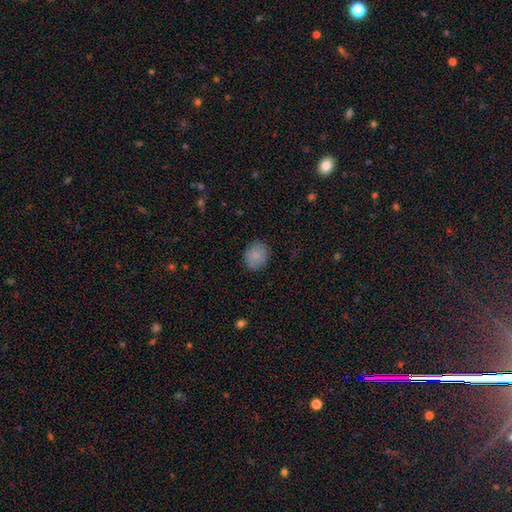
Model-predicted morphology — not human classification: Smooth or featured?
  - smooth: 86% *
  - star or artifact: 8%
  - featured or disk: 6%
How rounded?
  - round: 63% *
  - in between: 36%
  - cigar-shaped: 1%
Merging?
  - none: 85% *
  - minor disturbance: 11%
  - major disturbance: 3%
  - merger: 1%